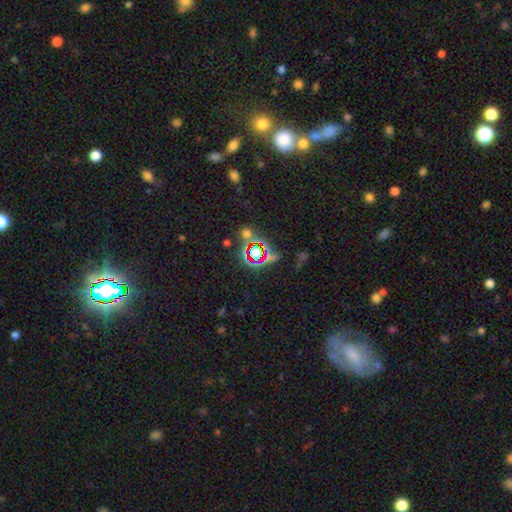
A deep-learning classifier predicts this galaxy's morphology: Smooth or featured?
  - star or artifact: 70% *
  - smooth: 20%
  - featured or disk: 10%